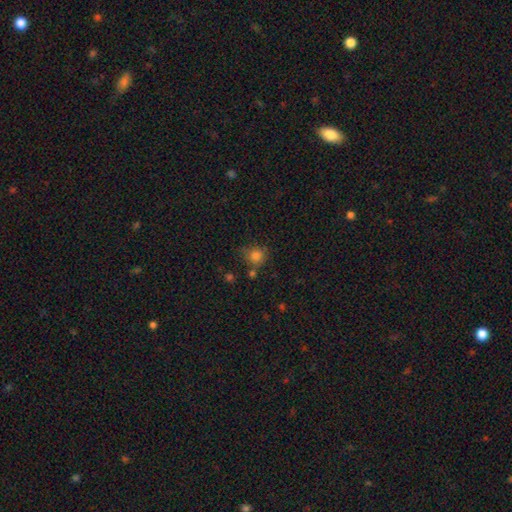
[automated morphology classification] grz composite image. It shows a smooth galaxy with no disk features (81%) that is round (81%). Merging: none (64%).